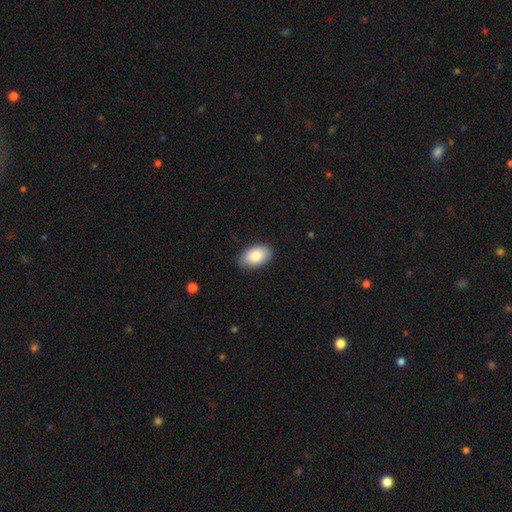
Overall: smooth (79%). How rounded: in between (100%). Merging: none (92%).